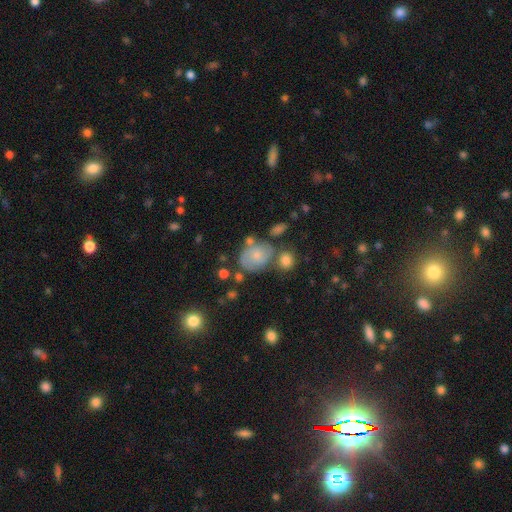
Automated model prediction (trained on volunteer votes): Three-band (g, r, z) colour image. It shows a smooth galaxy with no disk features (57%) that is round (51%). Merging: none (50%).